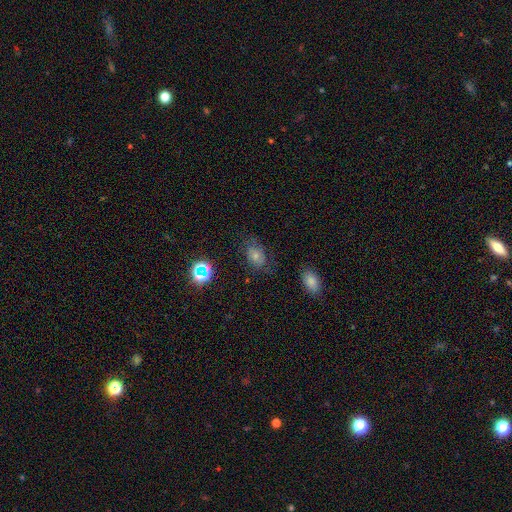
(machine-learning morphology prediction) A smooth galaxy with no disk features (63%) that is in between round and cigar-shaped (74%). Merging: none (62%).